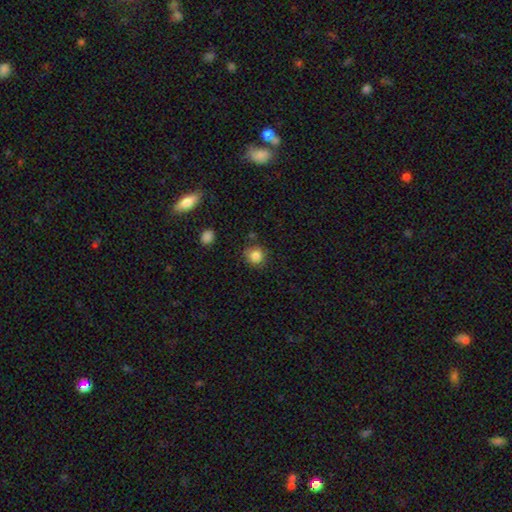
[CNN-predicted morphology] A smooth galaxy with no disk features (85%) that is round (91%). Merging: none (81%).